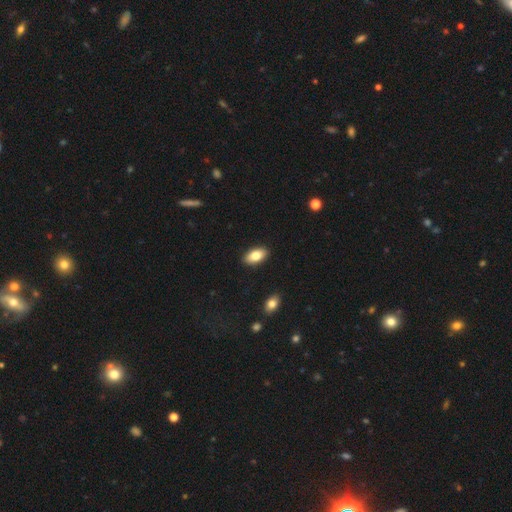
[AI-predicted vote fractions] smooth 81%, featured or disk 12%, star or artifact 7%. Down the decision tree: how rounded — in between (92%); merging — none (90%).